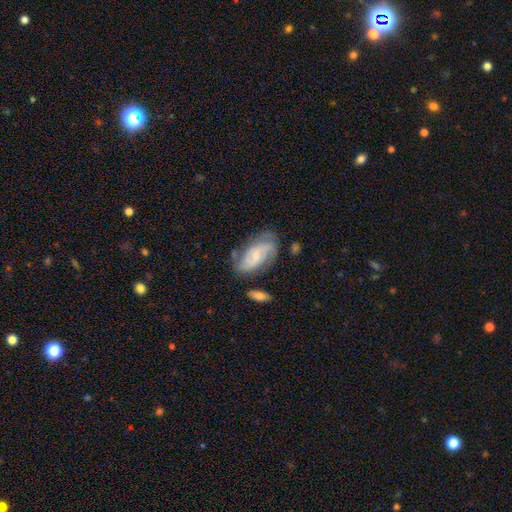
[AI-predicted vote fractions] Smooth or featured? featured or disk (64%)
Edge-on disk? no (94%)
Bar? no (54%)
Spiral arms? yes (87%)
Spiral winding? medium (43%)
Spiral arm count? 2 (62%)
Bulge size? small (64%)
Merging? none (62%)